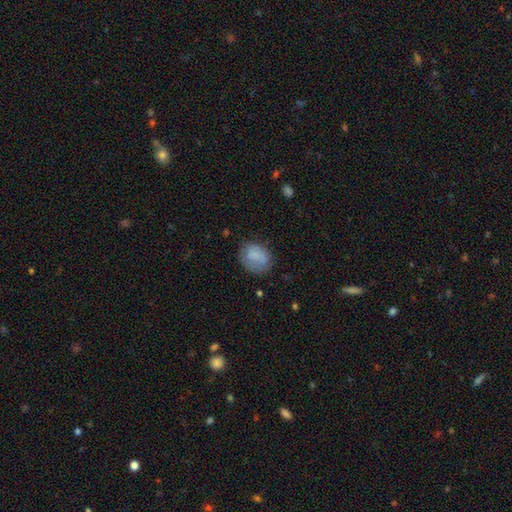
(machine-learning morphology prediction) Smooth or featured? Predicted: smooth (p=0.78). How rounded? Predicted: in between (p=0.55). Merging? Predicted: none (p=0.64).